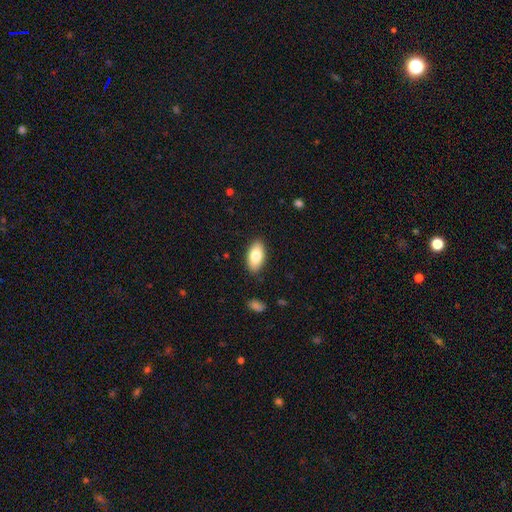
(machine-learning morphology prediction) Smooth or featured: smooth — 80% (featured or disk — 14%)
How rounded: in between — 92% (cigar-shaped — 5%)
Merging: none — 88% (minor disturbance — 9%)